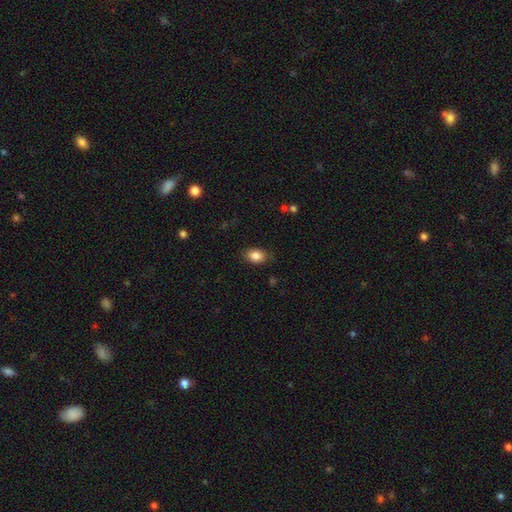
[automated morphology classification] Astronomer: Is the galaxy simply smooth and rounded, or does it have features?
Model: smooth — 85%.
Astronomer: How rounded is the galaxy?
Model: in between — 80%.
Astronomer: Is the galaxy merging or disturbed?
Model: none — 84%.